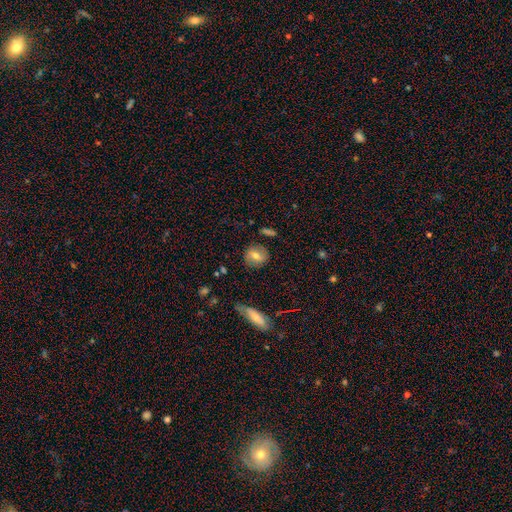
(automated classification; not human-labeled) Overall: smooth (62%; featured or disk 29%). How rounded: round (66%; in between 31%). Merging: none (83%).